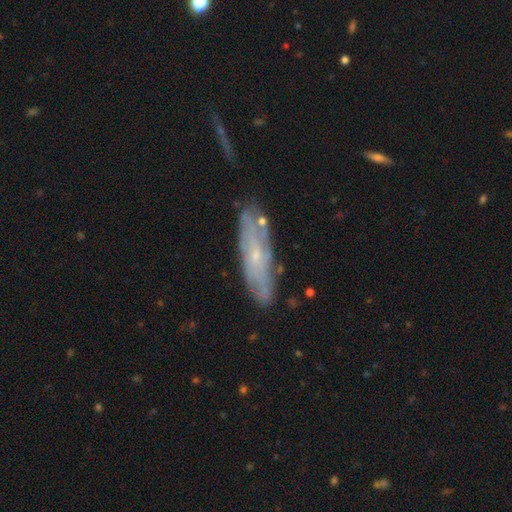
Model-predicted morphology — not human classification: Smooth or featured? featured or disk (65%)
Edge-on disk? no (64%)
Merging? none (76%)